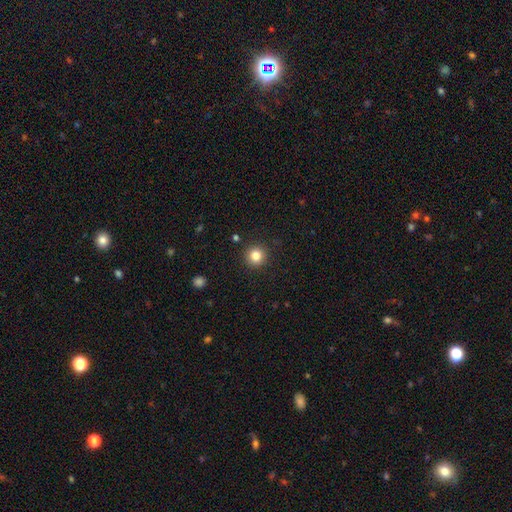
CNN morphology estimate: A smooth galaxy with no disk features (83%) that is round (95%). Merging: none (91%).